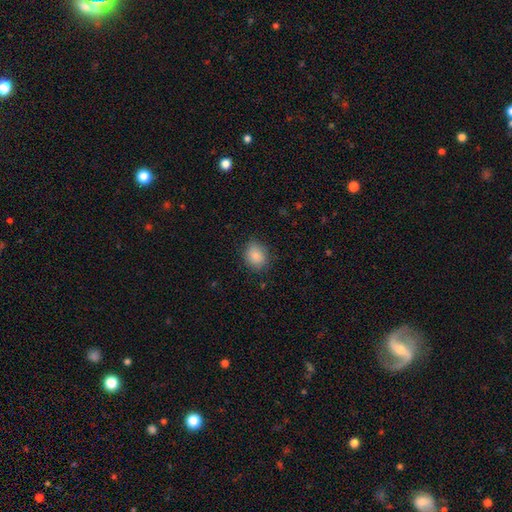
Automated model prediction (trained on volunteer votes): This appears to be a smooth galaxy with no disk features (85%) that is round (59%). Merging: none (80%).